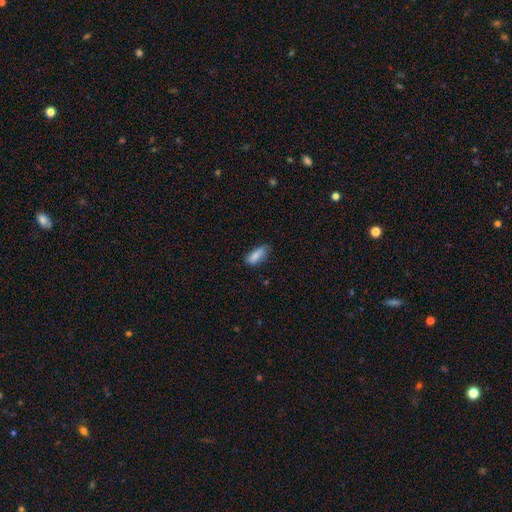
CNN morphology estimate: A smooth galaxy with no disk features (84%) that is in between round and cigar-shaped (73%).

Vote fractions:
- Smooth or featured? smooth: 84% / featured or disk: 8% / star or artifact: 8%
- How rounded? in between: 73% / cigar-shaped: 25% / round: 2%
- Merging? none: 62% / minor disturbance: 30% / major disturbance: 6% / merger: 2%